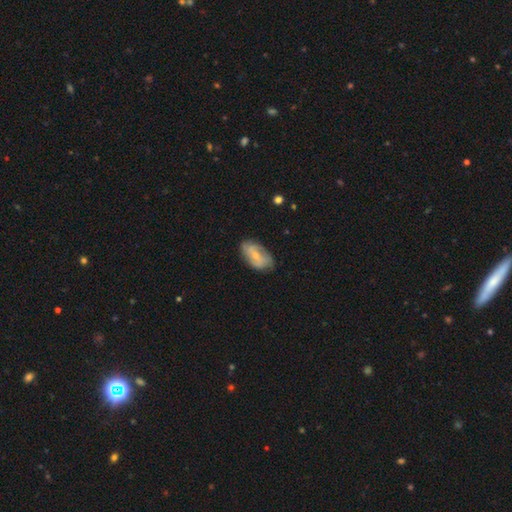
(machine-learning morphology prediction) smooth_or_featured: featured or disk (p=0.48) [alt: smooth p=0.45]
merging: none (p=0.69) [alt: minor disturbance p=0.24]